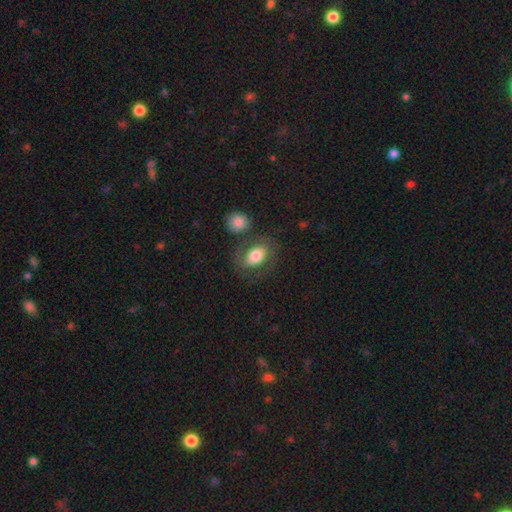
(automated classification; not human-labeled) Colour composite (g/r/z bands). It shows a smooth galaxy with no disk features (69%) that is in between round and cigar-shaped (78%). Merging: none (64%).